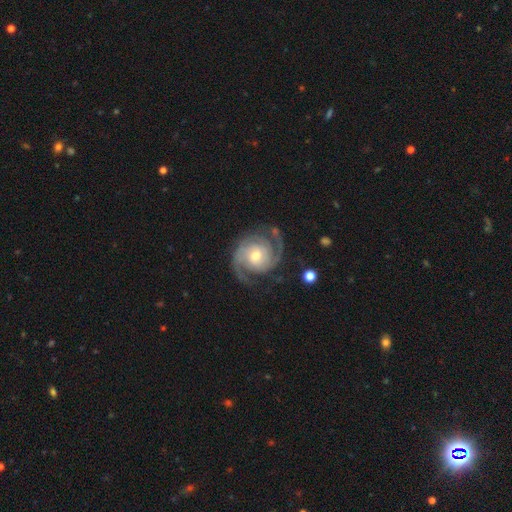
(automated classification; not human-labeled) Smooth or featured? Predicted: featured or disk (p=0.92). Edge-on disk? Predicted: no (p=0.98). Bar? Predicted: no (p=0.62). Spiral arms? Predicted: yes (p=0.98). Spiral winding? Predicted: tight (p=0.49). Spiral arm count? Predicted: 2 (p=0.82). Bulge size? Predicted: moderate (p=0.63). Merging? Predicted: none (p=0.77).